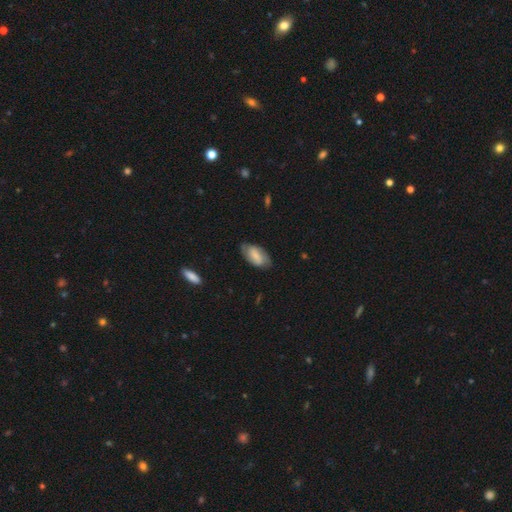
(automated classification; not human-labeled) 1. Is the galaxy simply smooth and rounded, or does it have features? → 48% smooth, 46% featured or disk, 7% star or artifact.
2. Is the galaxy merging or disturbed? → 74% none, 19% minor disturbance, 5% major disturbance, 1% merger.